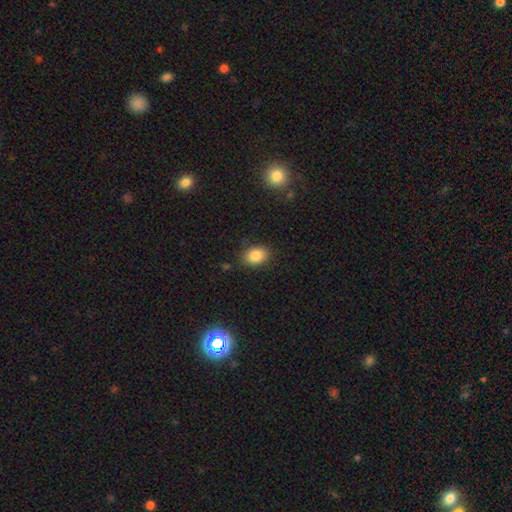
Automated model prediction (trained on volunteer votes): smooth 85%, star or artifact 9%, featured or disk 6%. Down the decision tree: how rounded — in between (66%); merging — none (83%).